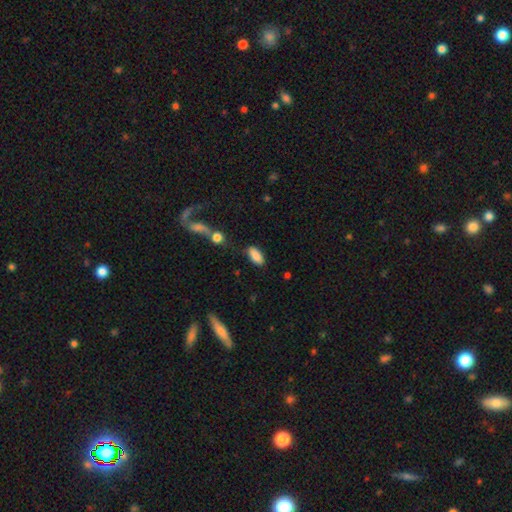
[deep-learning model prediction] Morphology: type=smooth (87%); roundness=in between (90%); merging=none (76%).